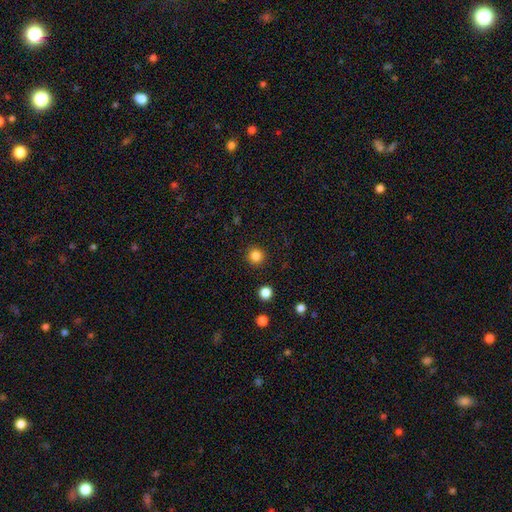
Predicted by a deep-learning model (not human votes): Morphology: type=smooth (84%); roundness=round (95%); merging=none (92%).